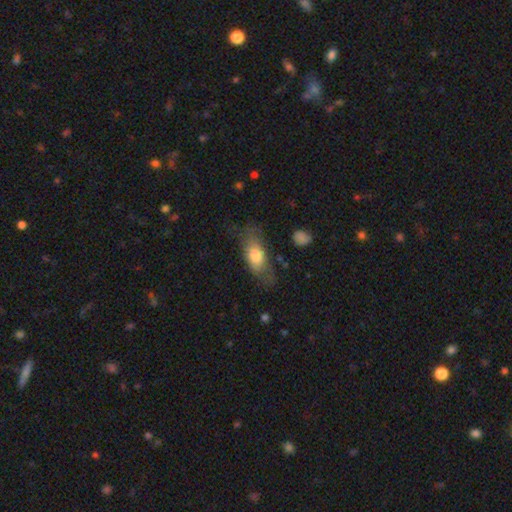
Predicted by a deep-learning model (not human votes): Smooth or featured?
  - smooth: 69% *
  - featured or disk: 24%
  - star or artifact: 7%
How rounded?
  - in between: 78% *
  - cigar-shaped: 16%
  - round: 5%
Merging?
  - none: 59% *
  - minor disturbance: 24%
  - major disturbance: 15%
  - merger: 2%